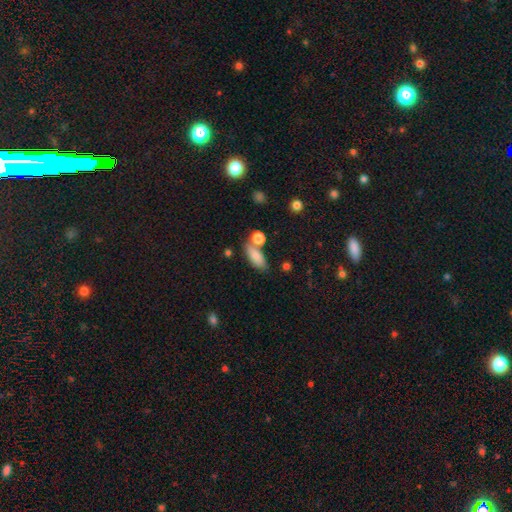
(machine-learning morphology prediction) type=smooth (81%); roundness=in between (74%); merging=none (55%).